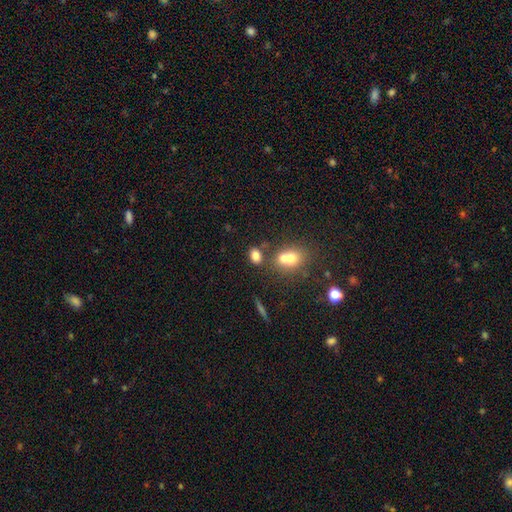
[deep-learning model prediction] smooth-or-featured: smooth: 78% | star or artifact: 12% | featured or disk: 10%
  how-rounded: in between: 72% | round: 26% | cigar-shaped: 2%
  merging: none: 56% | merger: 29% | minor disturbance: 11% | major disturbance: 4%